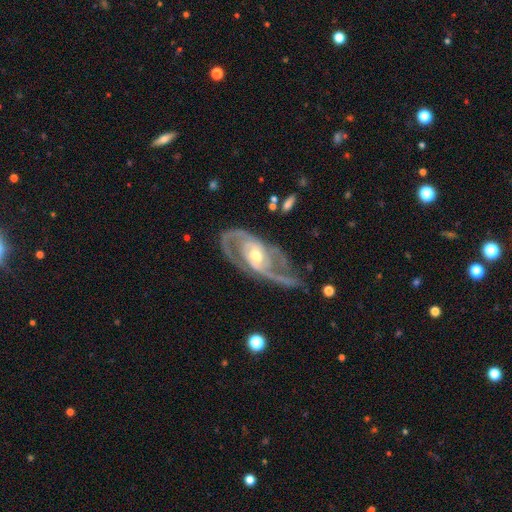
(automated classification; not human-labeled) This appears to be a featured or disk galaxy (90%) with no bar (50%), 2 (79%) medium (43%) spiral arms (94%) and a moderate central bulge (73%). Merging: none (63%).